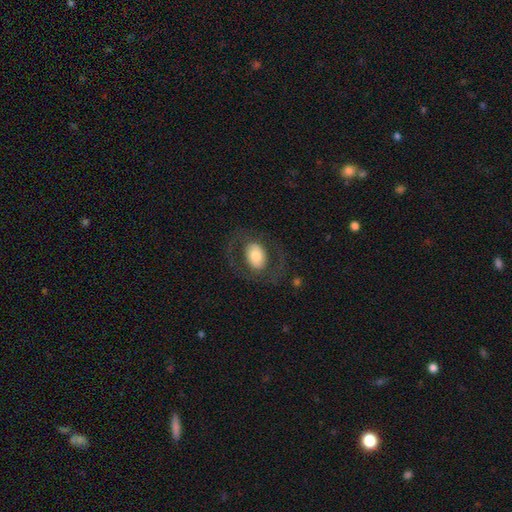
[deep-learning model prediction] This appears to be a smooth galaxy with no disk features (53%) that is in between round and cigar-shaped (73%). Merging: none (73%).